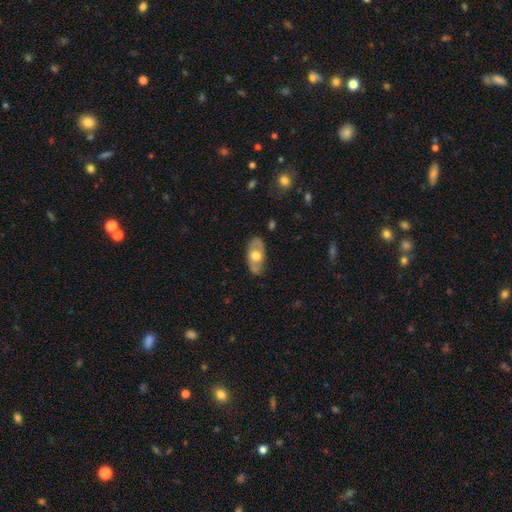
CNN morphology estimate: This appears to be a featured or disk galaxy (52%). Merging: none (77%).